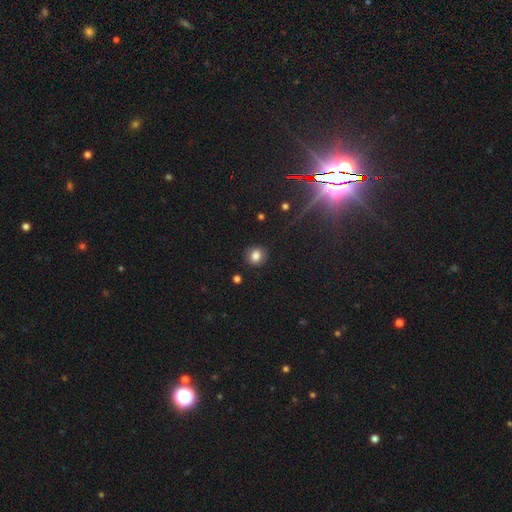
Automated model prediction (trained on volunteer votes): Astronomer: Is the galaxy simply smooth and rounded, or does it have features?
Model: smooth — 83%.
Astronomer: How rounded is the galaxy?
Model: round — 80%.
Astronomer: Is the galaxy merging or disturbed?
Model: none — 89%.